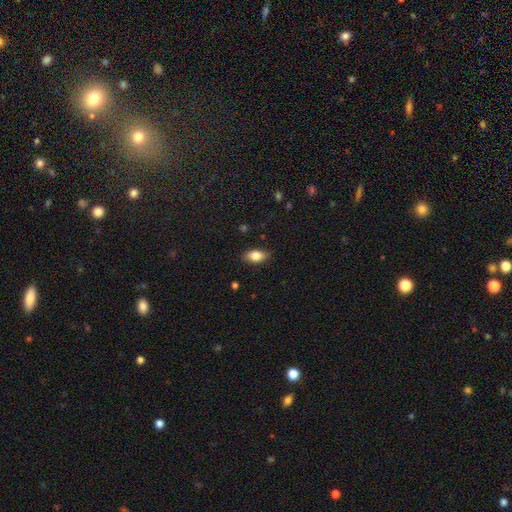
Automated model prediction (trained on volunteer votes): The model was most divided on "smooth or featured": smooth: 81%, featured or disk: 11%, star or artifact: 8%. More confident: how rounded — in between (88%); merging — none (86%).